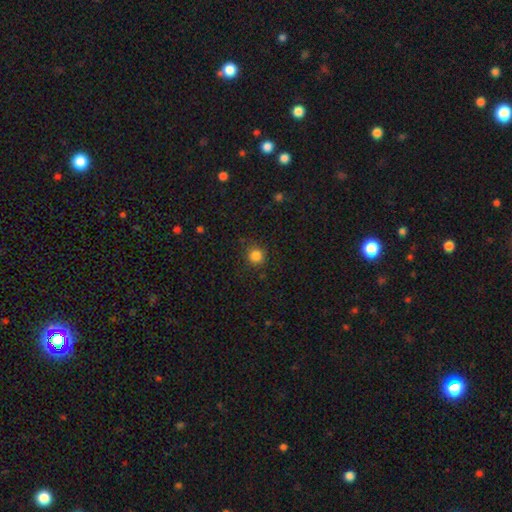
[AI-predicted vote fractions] smooth_or_featured: smooth (p=0.84) [alt: star or artifact p=0.12]
how_rounded: round (p=0.93) [alt: in between p=0.06]
merging: none (p=0.84) [alt: minor disturbance p=0.11]